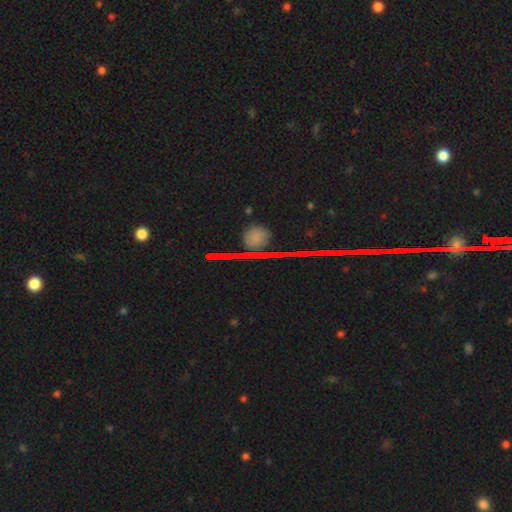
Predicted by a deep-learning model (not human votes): Q: Smooth or featured?
A: star or artifact (56%); runner-up: smooth (28%)